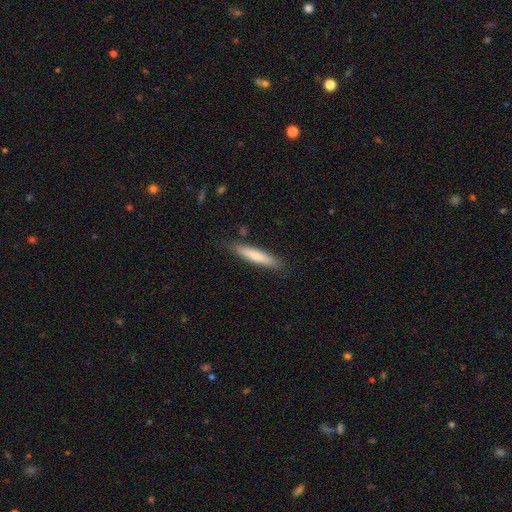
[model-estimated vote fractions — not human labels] Smooth or featured: smooth — 72% (featured or disk — 23%)
How rounded: cigar-shaped — 91% (in between — 8%)
Merging: none — 85% (minor disturbance — 11%)